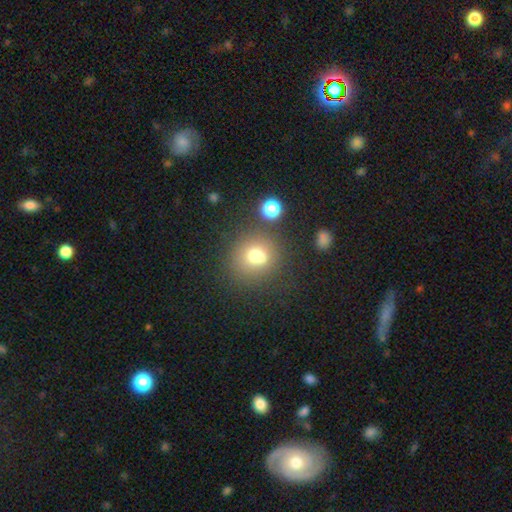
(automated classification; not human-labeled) A smooth galaxy with no disk features (70%) that is round (83%). Merging: none (55%).